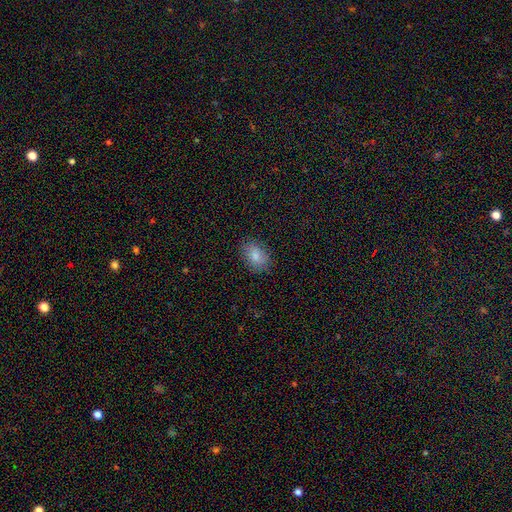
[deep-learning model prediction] The model was most divided on "how rounded": in between: 78%, round: 21%, cigar-shaped: 1%. More confident: smooth or featured — smooth (83%); merging — none (81%).